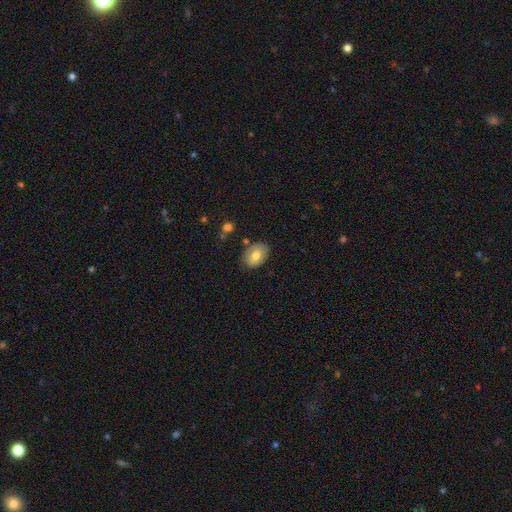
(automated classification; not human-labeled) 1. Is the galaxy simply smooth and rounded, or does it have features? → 74% smooth, 19% featured or disk, 8% star or artifact.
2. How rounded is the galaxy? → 79% in between, 20% round, 1% cigar-shaped.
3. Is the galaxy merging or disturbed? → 78% none, 16% minor disturbance, 3% major disturbance, 3% merger.